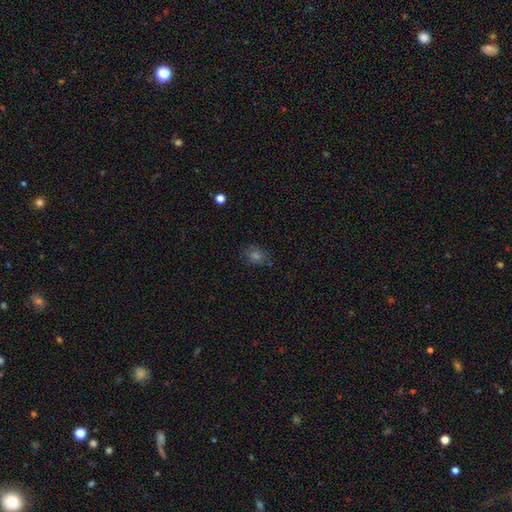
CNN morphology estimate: type=smooth (58%); roundness=round (62%); merging=none (77%).